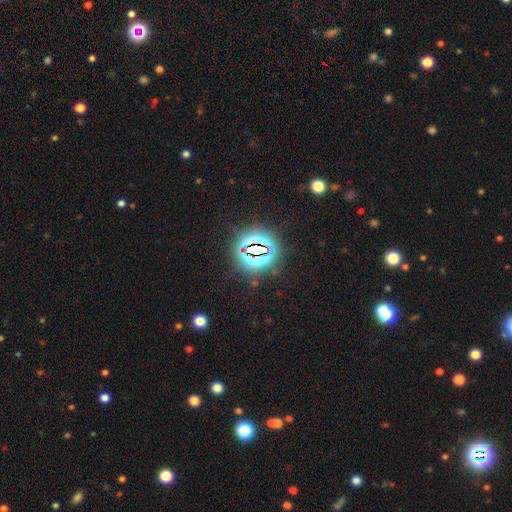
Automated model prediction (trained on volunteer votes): smooth_or_featured: star or artifact (p=0.80) [alt: smooth p=0.12]